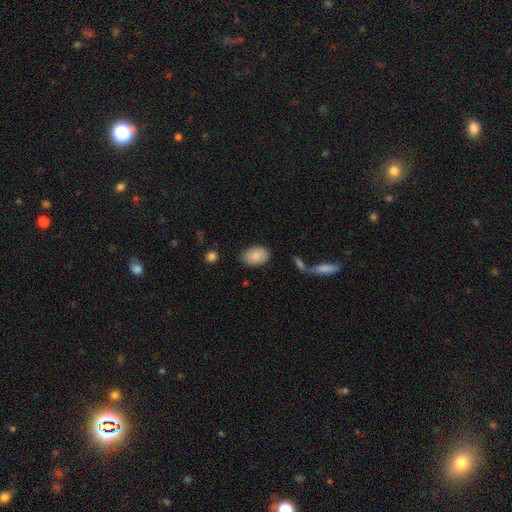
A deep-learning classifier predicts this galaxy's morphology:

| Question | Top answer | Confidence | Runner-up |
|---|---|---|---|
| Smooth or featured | smooth | 85% | featured or disk (8%) |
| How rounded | in between | 87% | round (12%) |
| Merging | none | 81% | minor disturbance (12%) |